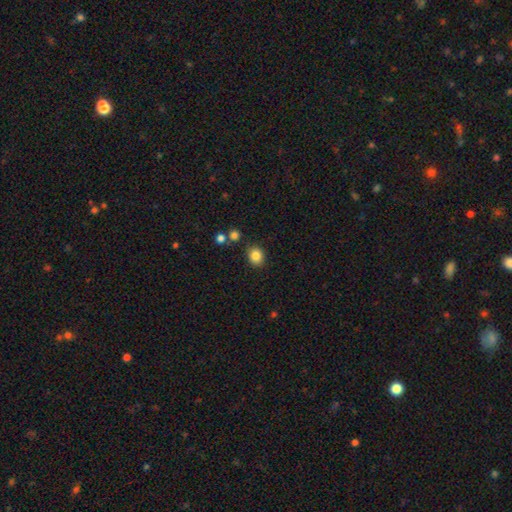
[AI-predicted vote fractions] This is clearly a smooth galaxy (84%). How rounded: likely round (67%). Merging: clearly none (85%).